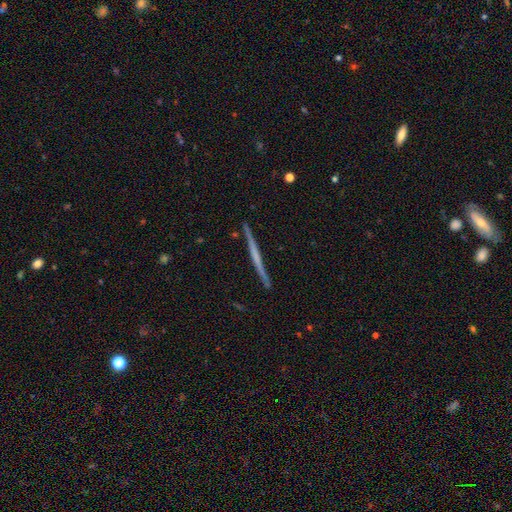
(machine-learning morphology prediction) smooth-or-featured: featured or disk: 65% | smooth: 29% | star or artifact: 5%
  disk-edge-on: yes: 98% | no: 2%
    edge-on-bulge: none: 77% | rounded: 15% | boxy: 8%
  merging: none: 91% | minor disturbance: 6% | major disturbance: 1% | merger: 1%